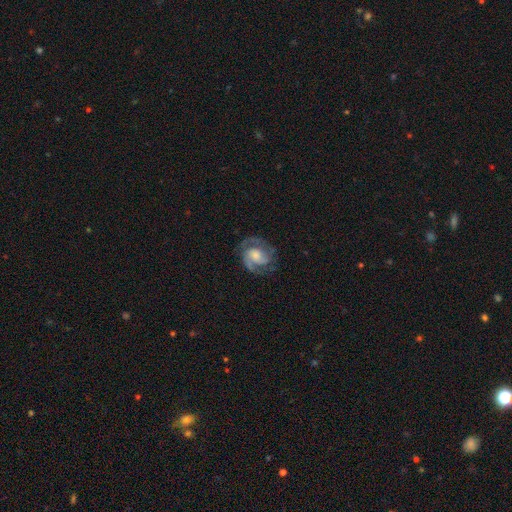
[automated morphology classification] This appears to be a featured or disk galaxy (83%) with no bar (55%), 2 (73%) medium (49%) spiral arms (96%) and a moderate central bulge (41%). Merging: none (73%).